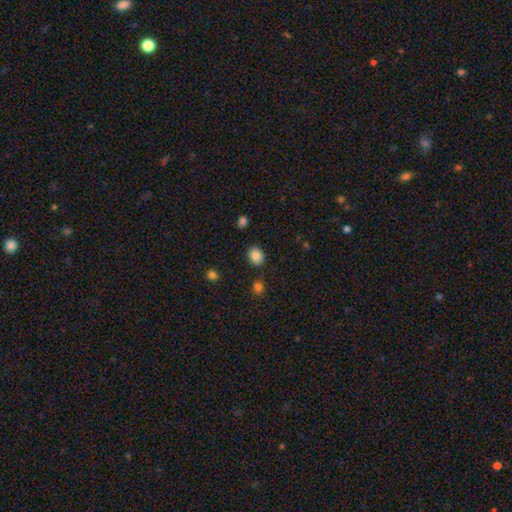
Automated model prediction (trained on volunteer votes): Morphology: type=smooth (86%); roundness=in between (55%); merging=none (84%).